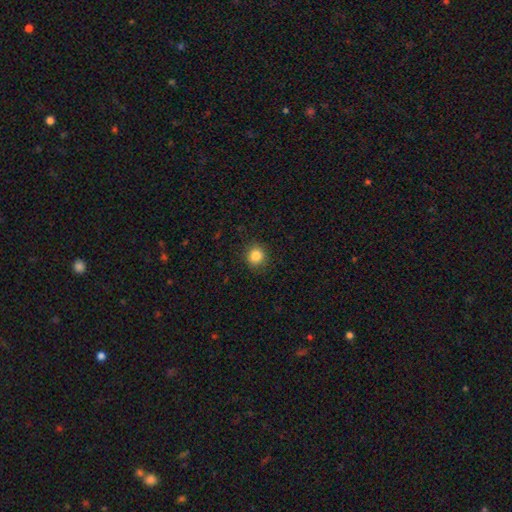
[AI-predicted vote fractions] This is clearly a smooth galaxy (84%). How rounded: clearly round (89%). Merging: clearly none (90%).